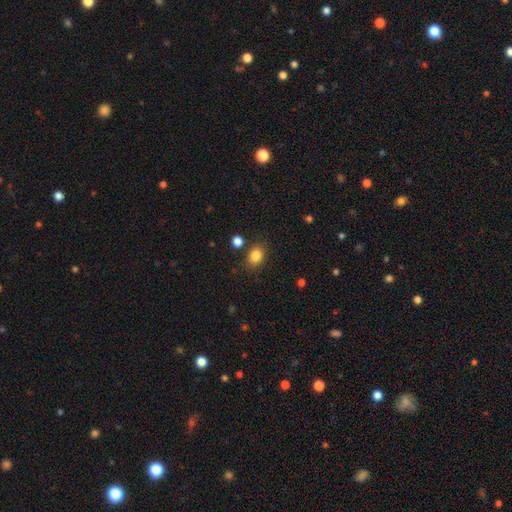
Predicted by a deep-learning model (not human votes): smooth_or_featured: smooth (p=0.85) [alt: star or artifact p=0.10]
how_rounded: in between (p=0.64) [alt: round p=0.35]
merging: none (p=0.80) [alt: minor disturbance p=0.12]